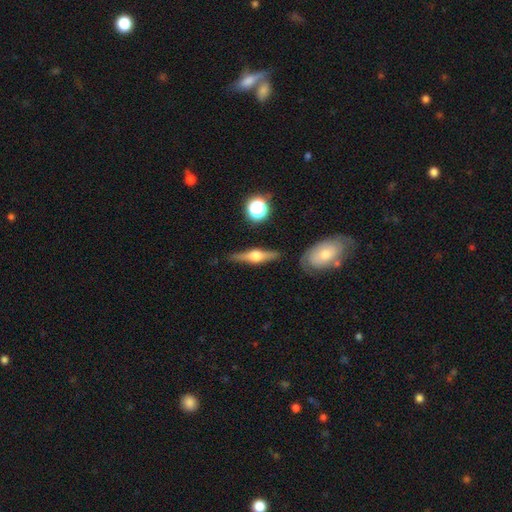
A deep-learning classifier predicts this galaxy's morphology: Smooth or featured? Predicted: featured or disk (p=0.73). Edge-on disk? Predicted: yes (p=0.96). Edge-on bulge? Predicted: rounded (p=0.93). Merging? Predicted: none (p=0.85).